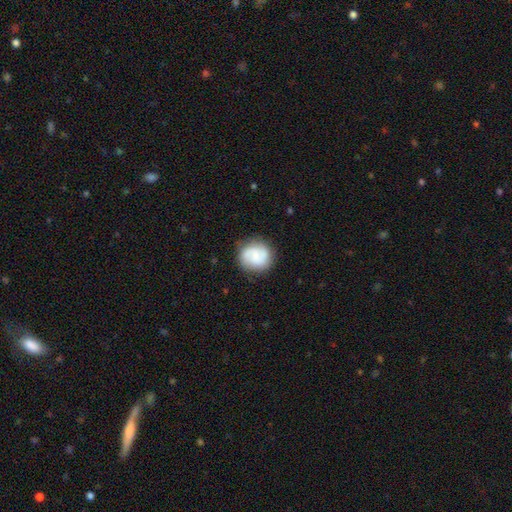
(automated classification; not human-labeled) This appears to be a smooth galaxy with no disk features (50%). Merging: none (81%).